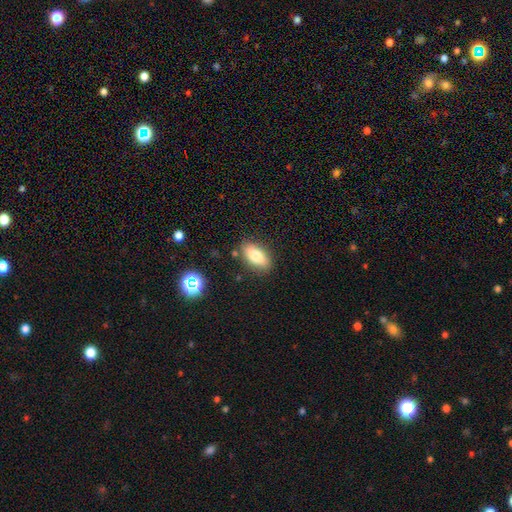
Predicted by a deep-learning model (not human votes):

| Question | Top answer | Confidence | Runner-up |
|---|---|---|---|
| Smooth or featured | smooth | 76% | featured or disk (15%) |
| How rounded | in between | 86% | cigar-shaped (9%) |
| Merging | none | 83% | minor disturbance (11%) |